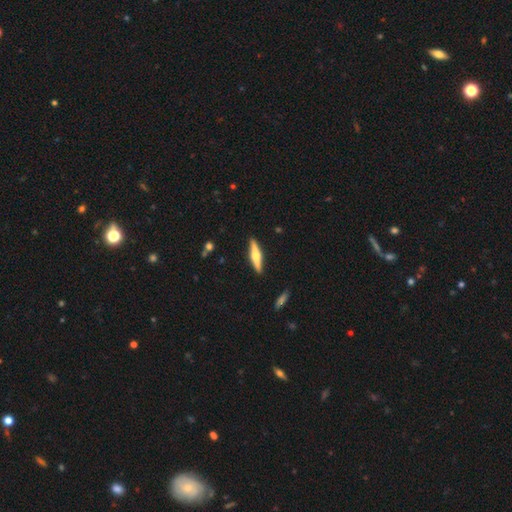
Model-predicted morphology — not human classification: Smooth or featured? featured or disk (58%)
Edge-on disk? yes (96%)
Edge-on bulge? rounded (90%)
Merging? none (90%)